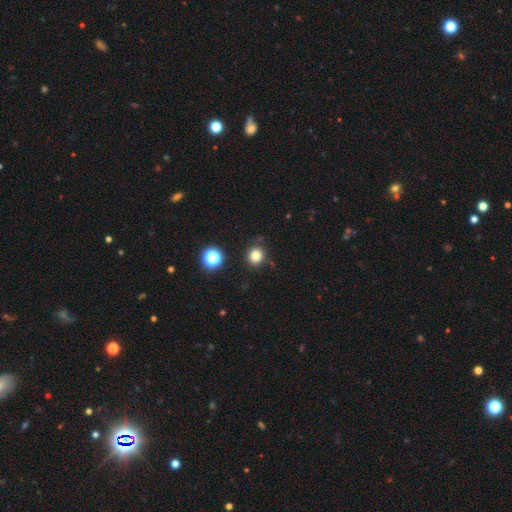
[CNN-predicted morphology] This is clearly a smooth galaxy (81%). How rounded: clearly round (82%). Merging: clearly none (83%).